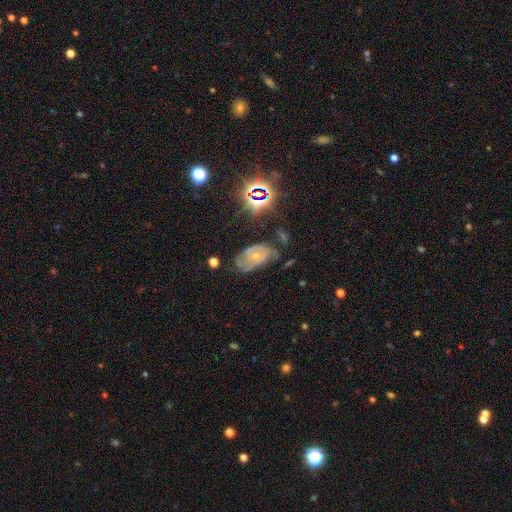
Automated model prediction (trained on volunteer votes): Overall: featured or disk (60%; smooth 21%). Edge-on disk: no (95%). Bar: no (76%). Spiral arms: yes (76%). Bulge size: small (64%; moderate 31%). Merging: none (45%; minor disturbance 33%).